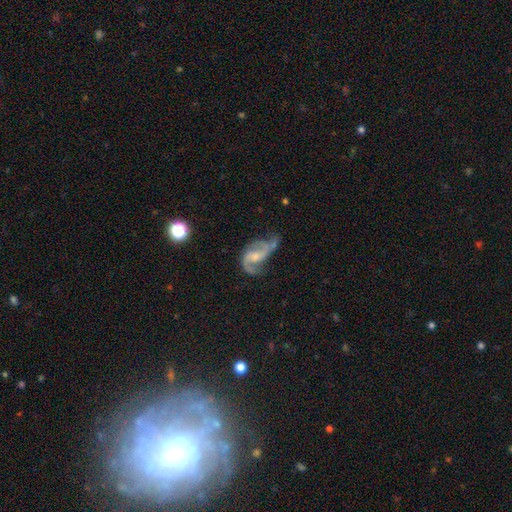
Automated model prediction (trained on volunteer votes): Smooth or featured: featured or disk — 80% (smooth — 13%)
Edge-on disk: no — 97% (yes — 3%)
Bar: no — 49% (weak — 41%)
Spiral arms: yes — 92% (no — 8%)
Spiral winding: loose — 56% (medium — 35%)
Spiral arm count: 2 — 81% (1 — 7%)
Bulge size: small — 44% (moderate — 34%)
Merging: none — 35% (major disturbance — 32%)